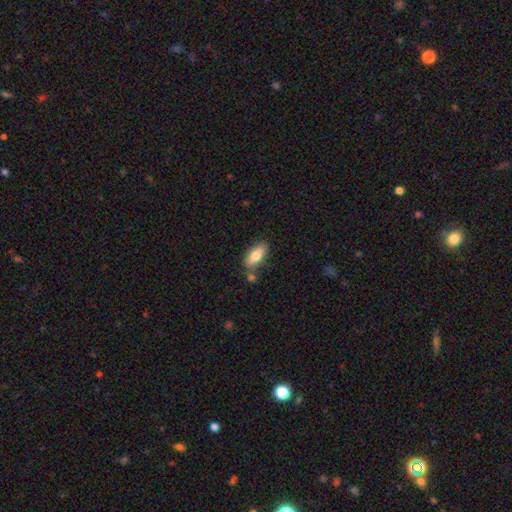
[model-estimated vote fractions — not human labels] The model was most divided on "smooth or featured": smooth: 74%, featured or disk: 20%, star or artifact: 6%. More confident: how rounded — in between (76%); merging — none (72%).